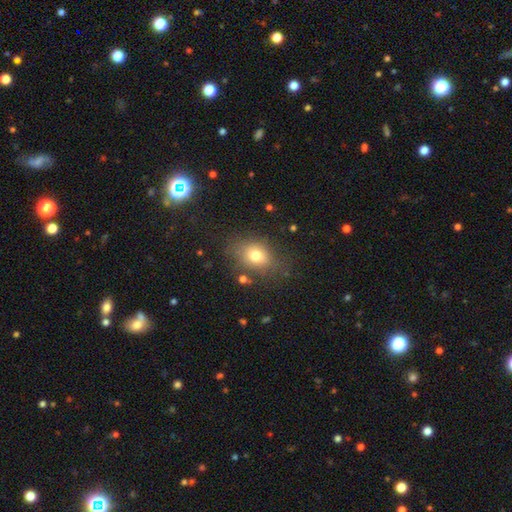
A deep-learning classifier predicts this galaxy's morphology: The model was most divided on "how rounded": in between: 59%, round: 39%, cigar-shaped: 1%. More confident: smooth or featured — smooth (75%); merging — none (72%).